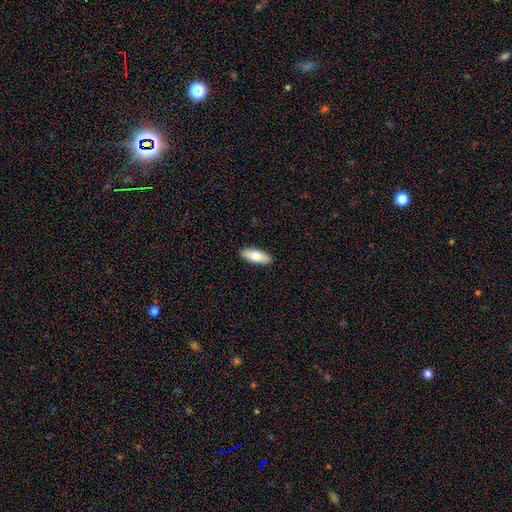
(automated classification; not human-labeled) Smooth or featured? smooth (76%)
How rounded? in between (73%)
Merging? none (91%)